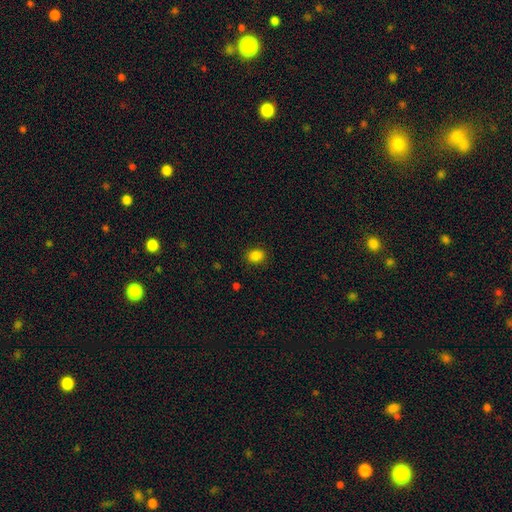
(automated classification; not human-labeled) This is clearly a smooth galaxy (84%). How rounded: possibly round (55%). Merging: clearly none (88%).